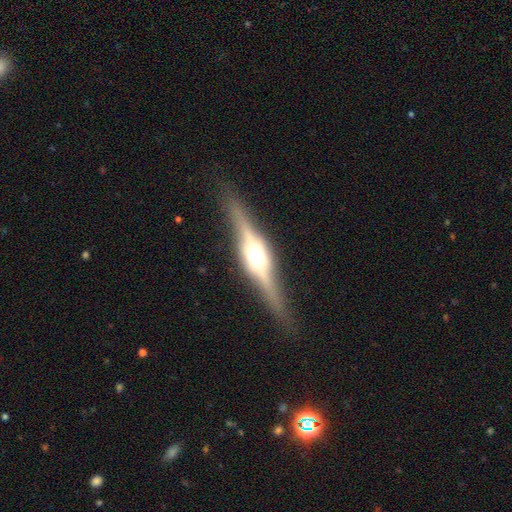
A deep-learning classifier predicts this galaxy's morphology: featured or disk 82%, smooth 12%, star or artifact 6%. Down the decision tree: edge-on disk — yes (97%); edge-on bulge — rounded (89%); merging — none (87%).